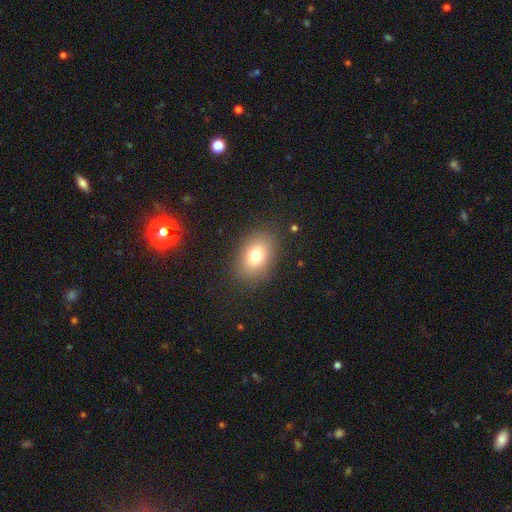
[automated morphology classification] Overall: smooth (77%). How rounded: in between (76%). Merging: none (85%).